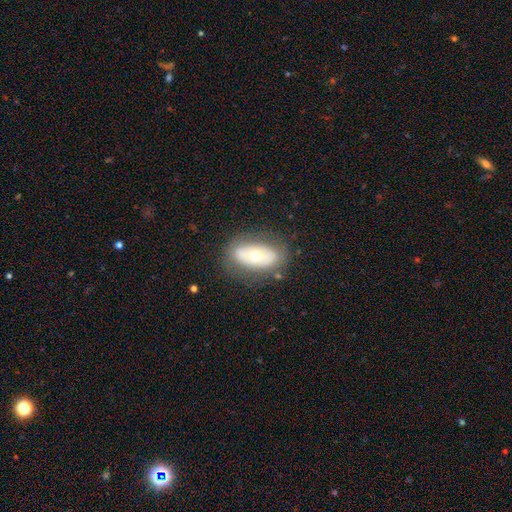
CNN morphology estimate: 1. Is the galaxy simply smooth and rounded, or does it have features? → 49% smooth, 43% featured or disk, 7% star or artifact.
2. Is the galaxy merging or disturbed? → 75% none, 16% minor disturbance, 7% major disturbance, 2% merger.